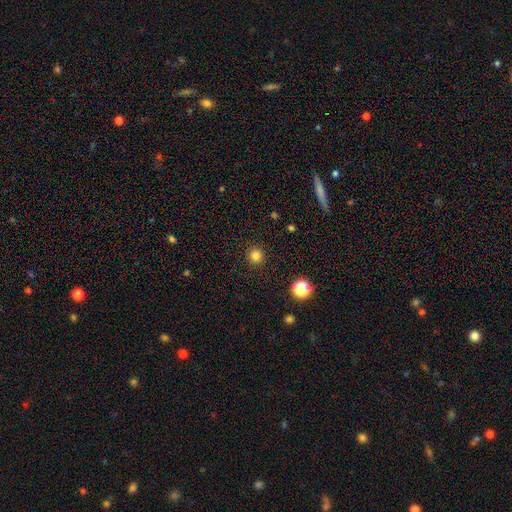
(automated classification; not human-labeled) This appears to be a smooth galaxy with no disk features (82%) that is round (94%). Merging: none (92%).